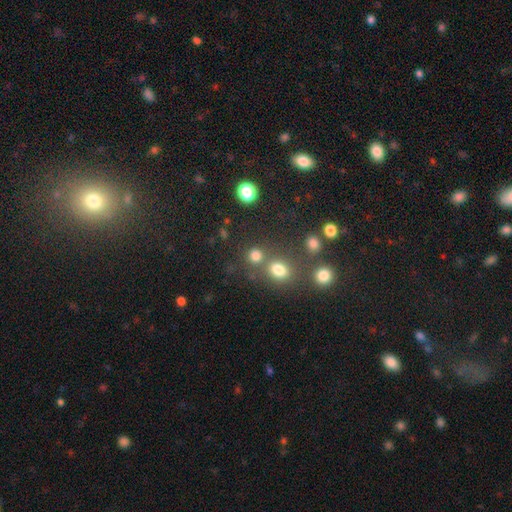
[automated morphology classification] smooth_or_featured: smooth (p=0.77) [alt: star or artifact p=0.16]
how_rounded: round (p=0.84) [alt: in between p=0.15]
merging: none (p=0.63) [alt: merger p=0.24]